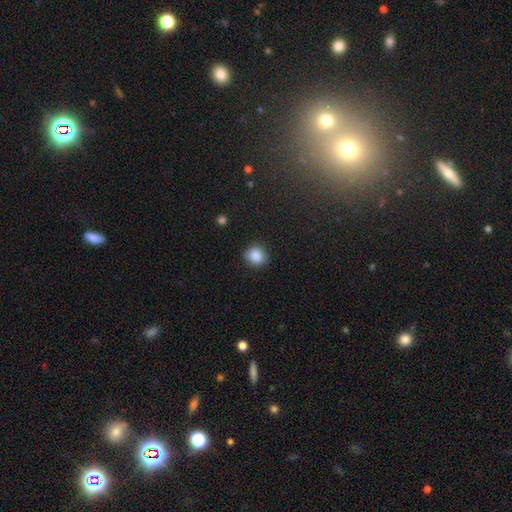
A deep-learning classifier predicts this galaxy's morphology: Overall: smooth (85%). How rounded: round (79%). Merging: none (81%).